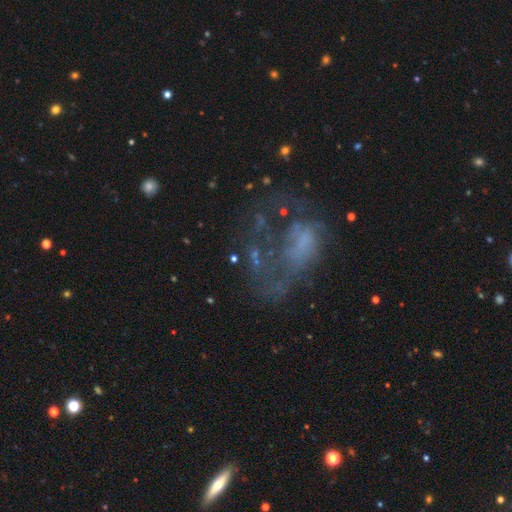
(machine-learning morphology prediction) featured or disk 53%, smooth 24%, star or artifact 23%. Down the decision tree: edge-on disk — no (97%); bar — no (87%); spiral arms — no (73%); bulge size — none (62%); merging — major disturbance (49%).